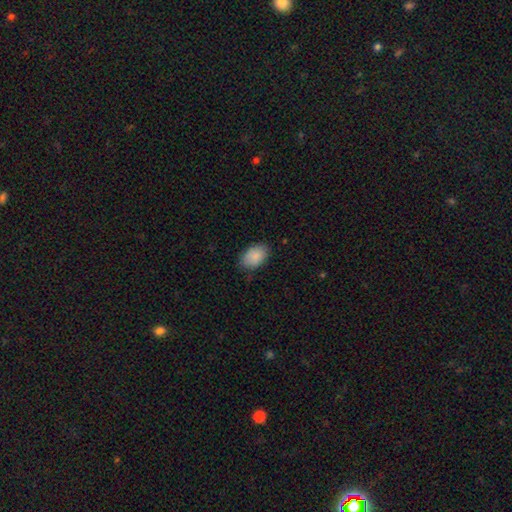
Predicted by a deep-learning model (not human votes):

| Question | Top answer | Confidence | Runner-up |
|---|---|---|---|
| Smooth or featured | smooth | 89% | star or artifact (6%) |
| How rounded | in between | 90% | round (9%) |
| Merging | none | 81% | minor disturbance (16%) |